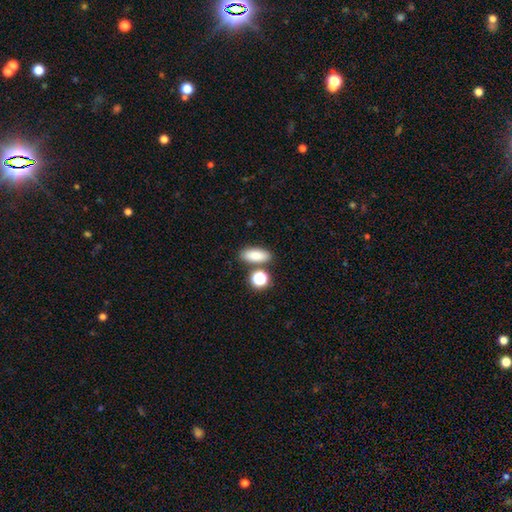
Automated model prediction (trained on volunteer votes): A smooth galaxy with no disk features (84%) that is in between round and cigar-shaped (79%).

Vote fractions:
- Smooth or featured? smooth: 84% / star or artifact: 9% / featured or disk: 7%
- How rounded? in between: 79% / cigar-shaped: 12% / round: 9%
- Merging? none: 76% / merger: 11% / minor disturbance: 10% / major disturbance: 3%